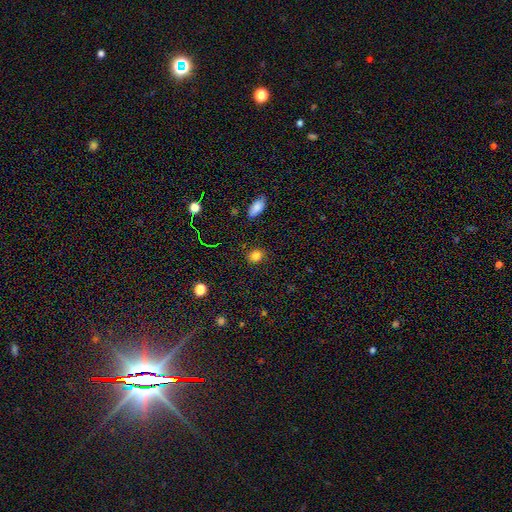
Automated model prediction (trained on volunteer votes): Q: Smooth or featured?
A: smooth (82%); runner-up: star or artifact (13%)
Q: How rounded?
A: round (61%); runner-up: in between (37%)
Q: Merging?
A: none (86%); runner-up: minor disturbance (9%)